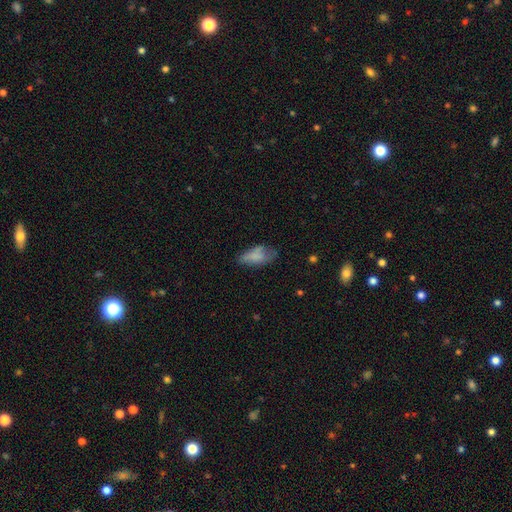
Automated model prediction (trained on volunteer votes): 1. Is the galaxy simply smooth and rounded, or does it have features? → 71% smooth, 20% featured or disk, 9% star or artifact.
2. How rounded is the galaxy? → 86% in between, 11% cigar-shaped, 3% round.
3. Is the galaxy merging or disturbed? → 45% none, 32% minor disturbance, 19% major disturbance, 4% merger.